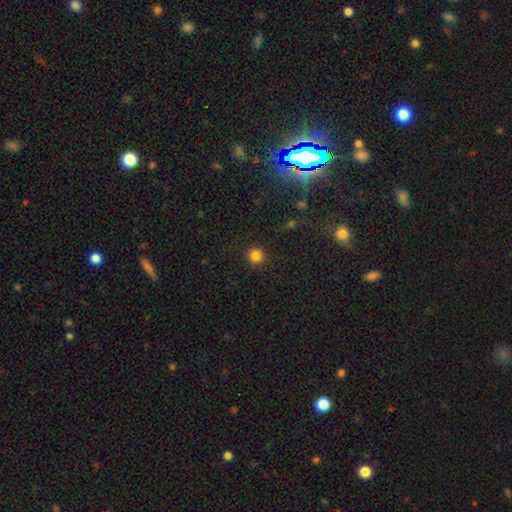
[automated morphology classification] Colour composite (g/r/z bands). It shows a smooth galaxy with no disk features (82%) that is round (95%). Merging: none (91%).